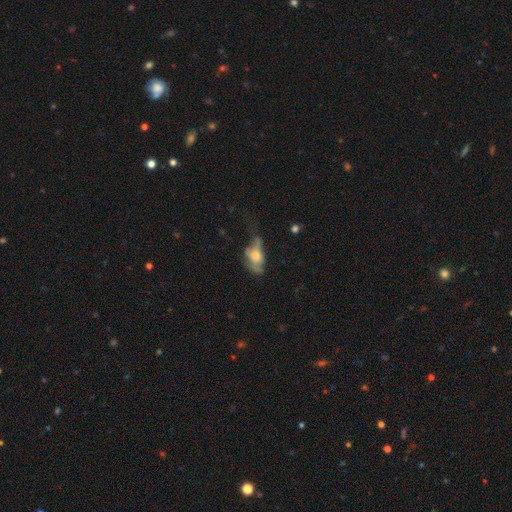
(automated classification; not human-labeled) Smooth or featured: smooth — 52% (featured or disk — 39%)
How rounded: in between — 84% (cigar-shaped — 8%)
Merging: major disturbance — 40% (minor disturbance — 28%)